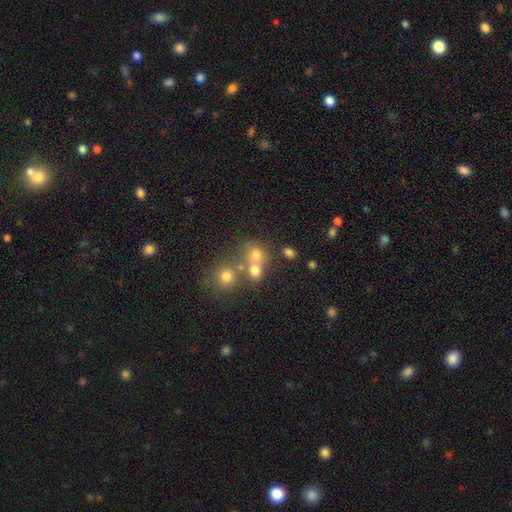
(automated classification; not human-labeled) A smooth galaxy with no disk features (63%) that is round (72%). Merging: none (44%).